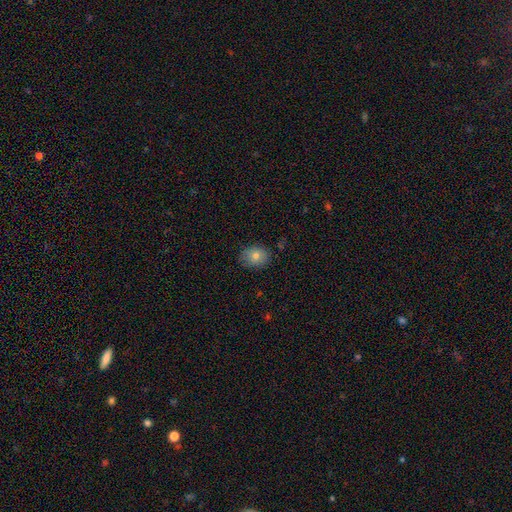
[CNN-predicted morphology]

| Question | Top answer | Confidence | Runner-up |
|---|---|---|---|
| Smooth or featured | smooth | 76% | featured or disk (14%) |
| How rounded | in between | 55% | round (44%) |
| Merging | none | 80% | minor disturbance (16%) |